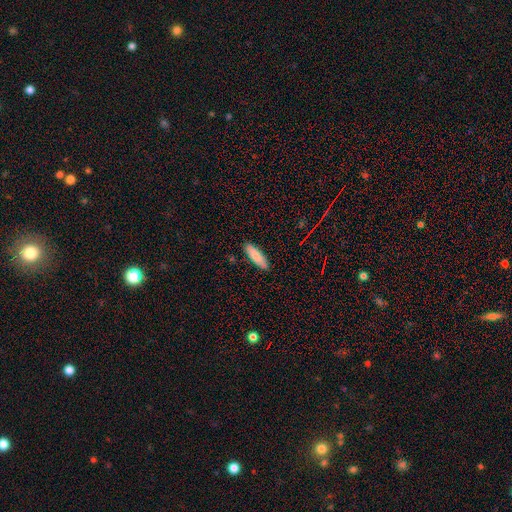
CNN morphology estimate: The model was most divided on "how rounded": cigar-shaped: 55%, in between: 44%, round: 2%. More confident: merging — none (88%); smooth or featured — smooth (82%).